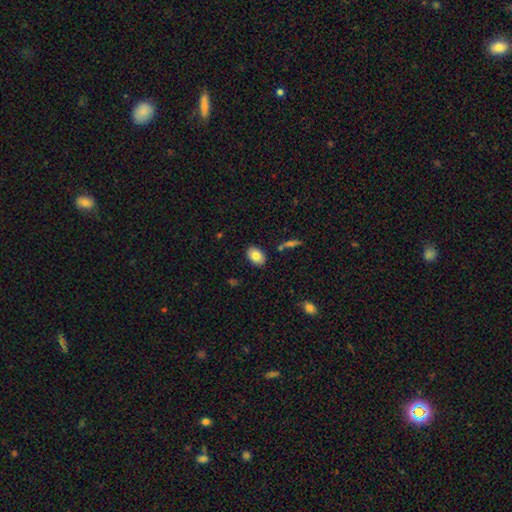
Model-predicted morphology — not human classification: This is clearly a smooth galaxy (81%). How rounded: clearly in between (84%). Merging: clearly none (85%).